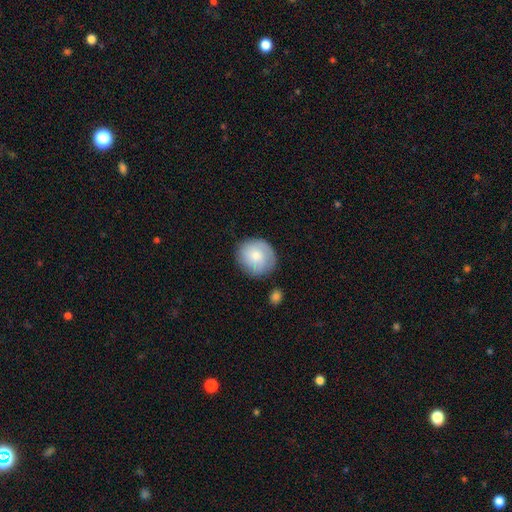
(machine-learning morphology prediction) A smooth galaxy with no disk features (72%) that is round (88%).

Vote fractions:
- Smooth or featured? smooth: 72% / featured or disk: 22% / star or artifact: 7%
- How rounded? round: 88% / in between: 11% / cigar-shaped: 1%
- Merging? none: 78% / minor disturbance: 15% / major disturbance: 4% / merger: 3%